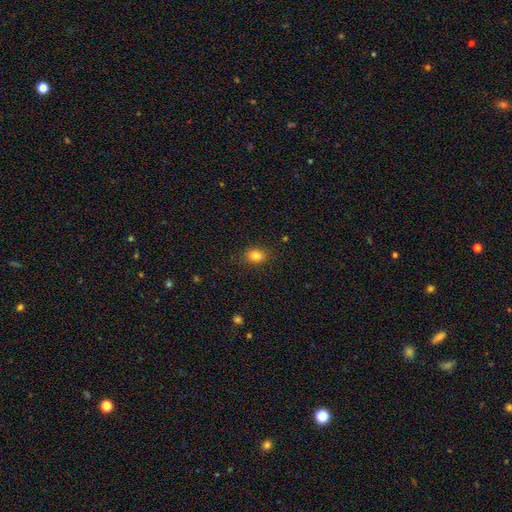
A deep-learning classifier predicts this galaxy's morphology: smooth_or_featured: smooth (p=0.84) [alt: star or artifact p=0.10]
how_rounded: in between (p=0.67) [alt: round p=0.32]
merging: none (p=0.86) [alt: minor disturbance p=0.10]